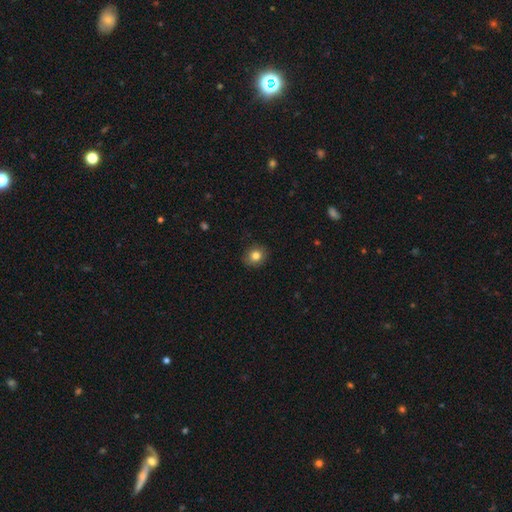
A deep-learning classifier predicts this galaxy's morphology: smooth-or-featured: smooth: 82% | star or artifact: 10% | featured or disk: 8%
  how-rounded: round: 74% | in between: 25% | cigar-shaped: 1%
  merging: none: 87% | minor disturbance: 10% | major disturbance: 2% | merger: 1%